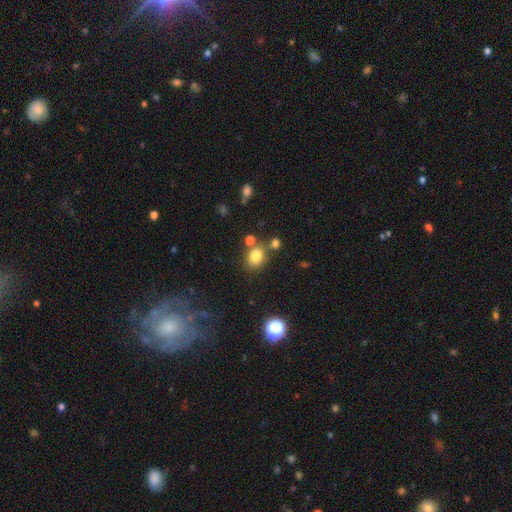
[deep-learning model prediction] smooth-or-featured: smooth: 79% | star or artifact: 14% | featured or disk: 8%
  how-rounded: round: 55% | in between: 44% | cigar-shaped: 1%
  merging: none: 68% | merger: 14% | minor disturbance: 13% | major disturbance: 5%